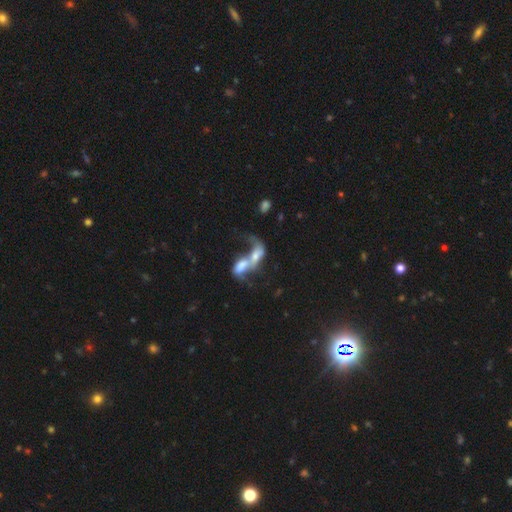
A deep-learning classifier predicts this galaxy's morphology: This appears to be a smooth galaxy with no disk features (47%). Merging: merger (76%).